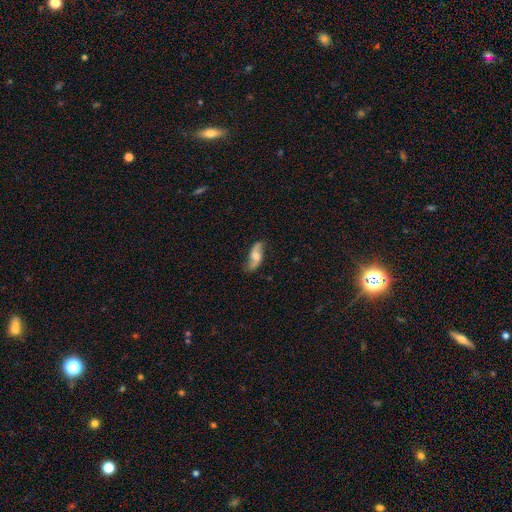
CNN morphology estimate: A featured or disk galaxy (67%) with no bar (59%), 2 (91%) loose (77%) spiral arms (91%) and a moderate central bulge (53%).

Vote fractions:
- Smooth or featured? featured or disk: 67% / smooth: 26% / star or artifact: 7%
- Edge-on disk? no: 88% / yes: 12%
- Bar? no: 59% / weak: 32% / strong: 9%
- Spiral arms? yes: 91% / no: 9%
- Spiral winding? loose: 77% / medium: 17% / tight: 6%
- Spiral arm count? 2: 91% / can't tell: 4% / 1: 2% / 3: 1% / 4: 1% / more than 4: 1%
- Bulge size? moderate: 53% / small: 27% / large: 11% / none: 7% / dominant: 2%
- Merging? none: 74% / minor disturbance: 18% / major disturbance: 6% / merger: 2%